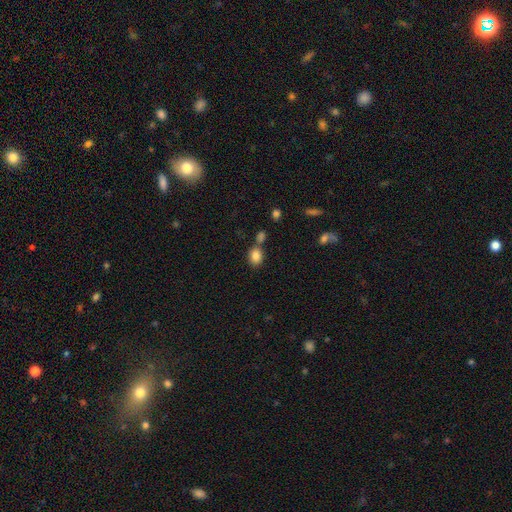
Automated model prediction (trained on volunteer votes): Morphology: type=smooth (85%); roundness=in between (57%); merging=none (62%).